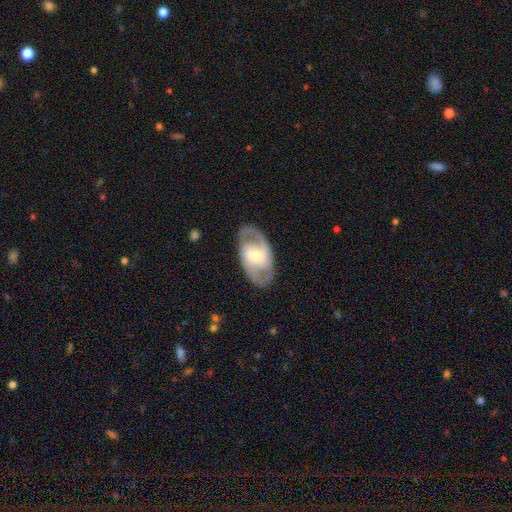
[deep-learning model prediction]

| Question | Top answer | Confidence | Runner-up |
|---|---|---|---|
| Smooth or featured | featured or disk | 77% | smooth (18%) |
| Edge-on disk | no | 93% | yes (7%) |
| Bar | weak | 44% | no (32%) |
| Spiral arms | yes | 80% | no (20%) |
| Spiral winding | medium | 50% | tight (31%) |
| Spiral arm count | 2 | 81% | can't tell (11%) |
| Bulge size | moderate | 55% | small (32%) |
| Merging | none | 82% | minor disturbance (12%) |